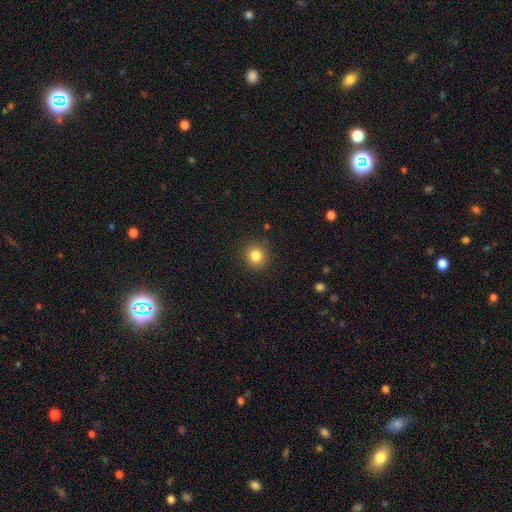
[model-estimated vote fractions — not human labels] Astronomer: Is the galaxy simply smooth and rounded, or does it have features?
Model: smooth — 83%.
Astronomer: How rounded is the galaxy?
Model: round — 91%.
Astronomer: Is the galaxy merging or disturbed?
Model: none — 89%.